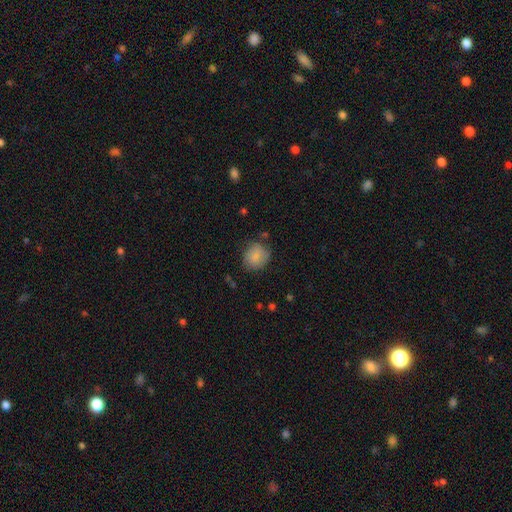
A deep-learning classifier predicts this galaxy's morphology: Smooth or featured? smooth (82%)
How rounded? round (71%)
Merging? none (71%)